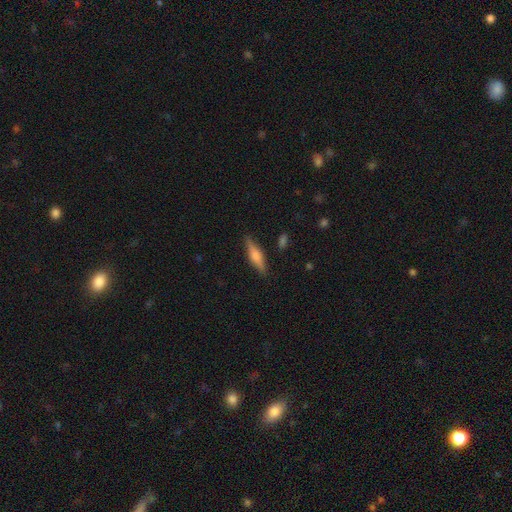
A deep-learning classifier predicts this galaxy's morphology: Smooth or featured? smooth (48%)
Merging? none (86%)